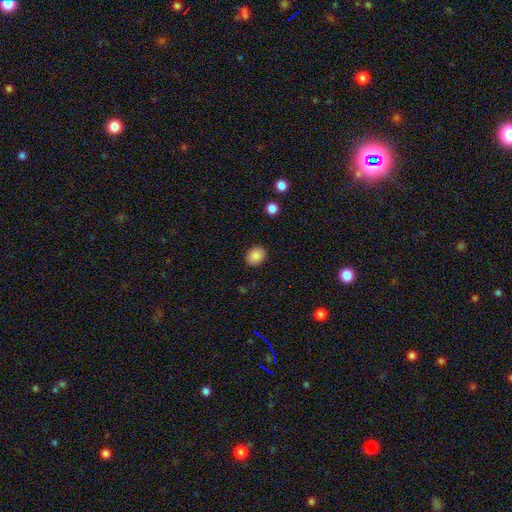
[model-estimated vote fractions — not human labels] Morphology: type=smooth (87%); roundness=round (53%); merging=none (89%).